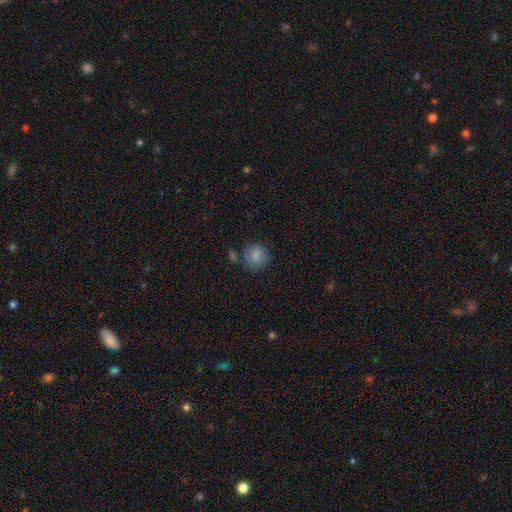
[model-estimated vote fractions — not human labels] A smooth galaxy with no disk features (84%) that is round (83%).

Vote fractions:
- Smooth or featured? smooth: 84% / star or artifact: 10% / featured or disk: 6%
- How rounded? round: 83% / in between: 16% / cigar-shaped: 1%
- Merging? none: 70% / minor disturbance: 17% / merger: 8% / major disturbance: 6%